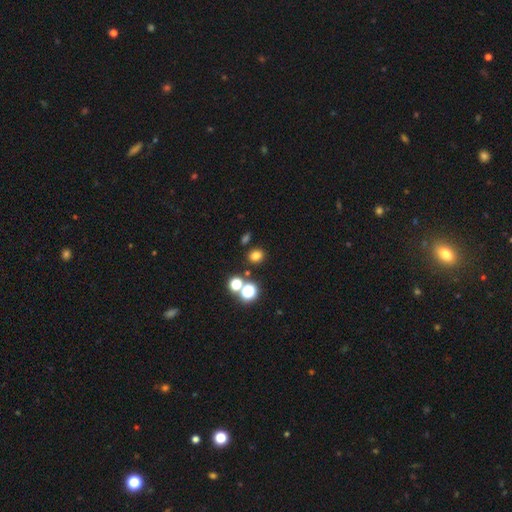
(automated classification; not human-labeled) A smooth galaxy with no disk features (76%) that is round (69%). Merging: none (82%).